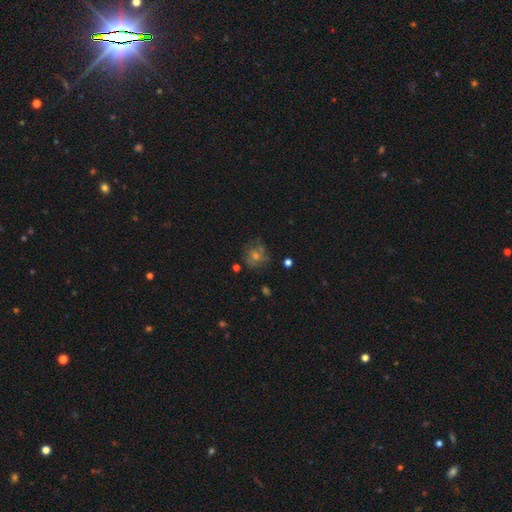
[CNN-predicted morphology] Smooth or featured?
  - featured or disk: 39% *
  - smooth: 37%
  - star or artifact: 25%
Merging?
  - none: 72% *
  - minor disturbance: 17%
  - major disturbance: 9%
  - merger: 3%